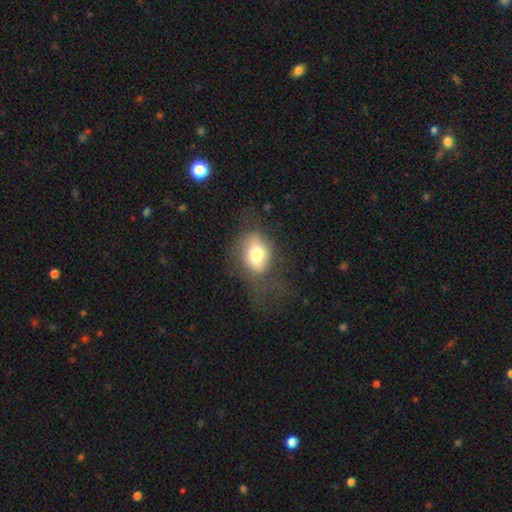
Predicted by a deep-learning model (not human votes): Morphology: type=smooth (62%); roundness=in between (64%); merging=none (43%).